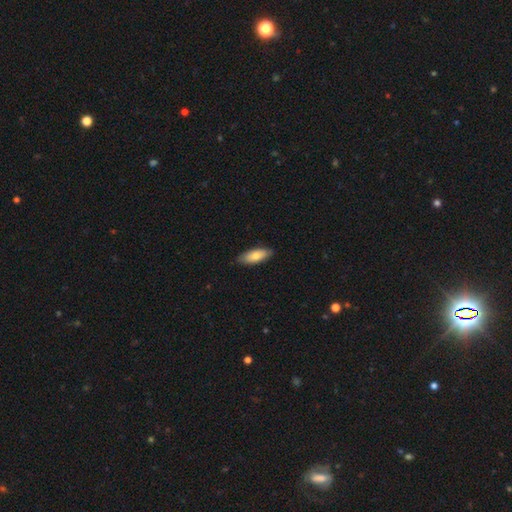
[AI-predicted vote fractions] Smooth or featured? smooth (77%)
How rounded? in between (77%)
Merging? none (85%)